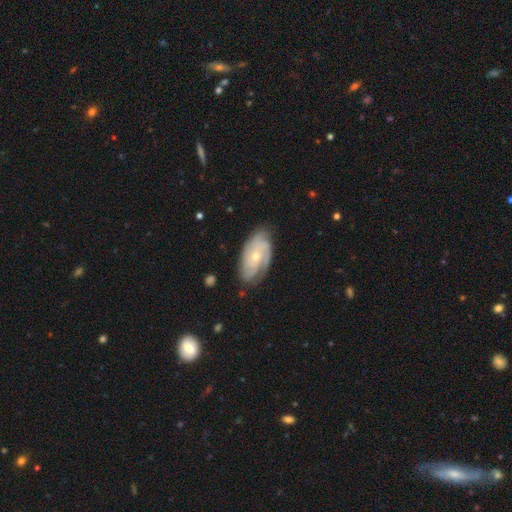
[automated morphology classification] Smooth or featured? featured or disk (80%)
Edge-on disk? no (95%)
Bar? no (74%)
Spiral arms? yes (95%)
Spiral winding? tight (63%)
Spiral arm count? 3 (31%)
Bulge size? small (59%)
Merging? none (75%)